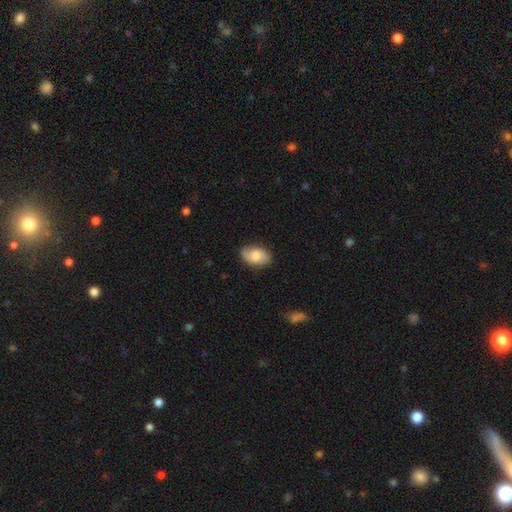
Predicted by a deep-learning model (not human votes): A smooth galaxy with no disk features (73%) that is in between round and cigar-shaped (91%).

Vote fractions:
- Smooth or featured? smooth: 73% / featured or disk: 21% / star or artifact: 7%
- How rounded? in between: 91% / round: 8% / cigar-shaped: 1%
- Merging? none: 81% / minor disturbance: 15% / major disturbance: 3% / merger: 1%